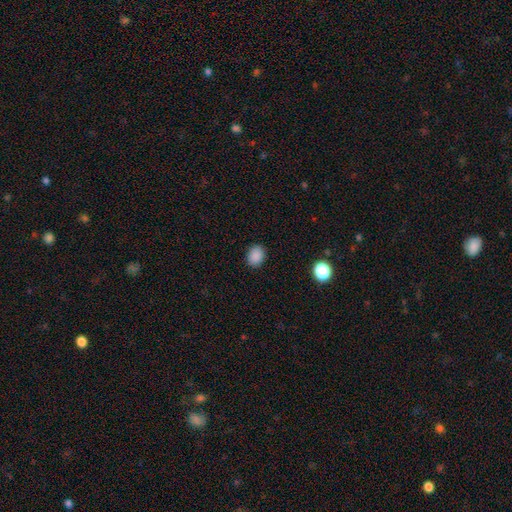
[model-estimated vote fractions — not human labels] Overall: smooth (87%). How rounded: in between (56%; round 43%). Merging: none (88%).